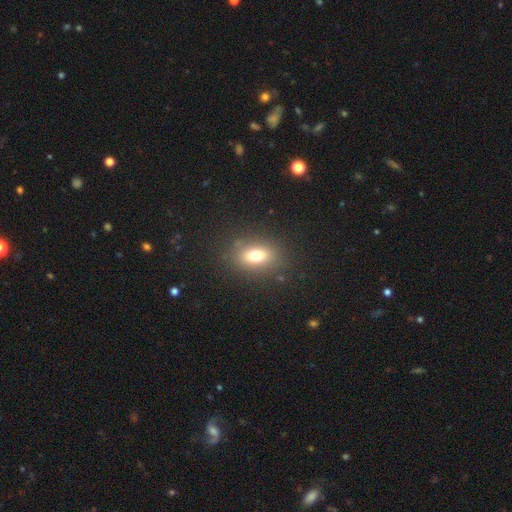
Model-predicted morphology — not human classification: Overall: smooth (73%). How rounded: in between (74%). Merging: none (84%).